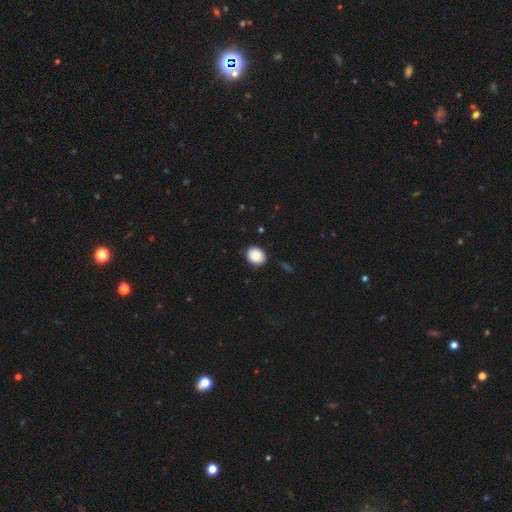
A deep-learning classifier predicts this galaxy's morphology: This appears to be a smooth galaxy with no disk features (85%) that is round (66%). Merging: none (87%).